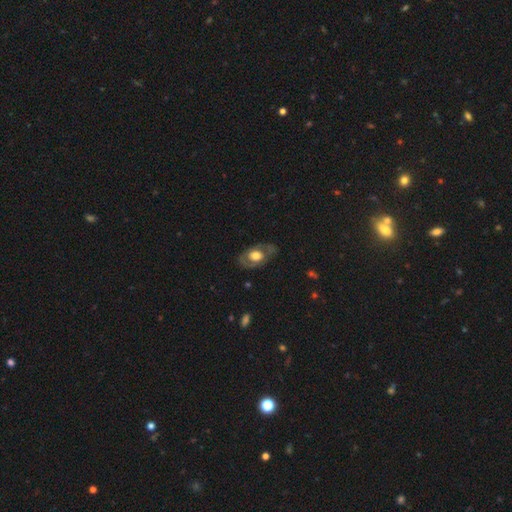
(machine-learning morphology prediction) A featured or disk galaxy (55%).

Vote fractions:
- Smooth or featured? featured or disk: 55% / smooth: 39% / star or artifact: 6%
- Edge-on disk? no: 90% / yes: 10%
- Merging? none: 74% / minor disturbance: 17% / major disturbance: 8% / merger: 1%